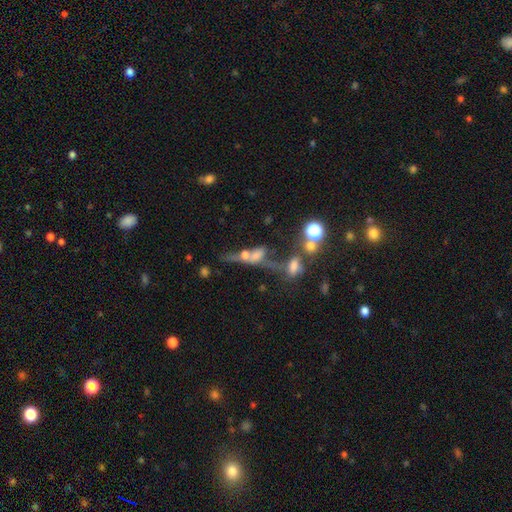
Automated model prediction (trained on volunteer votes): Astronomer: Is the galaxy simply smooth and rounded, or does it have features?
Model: featured or disk — 41% (runner-up: smooth, 38%).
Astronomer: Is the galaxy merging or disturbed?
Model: merger — 48% (runner-up: none, 24%).